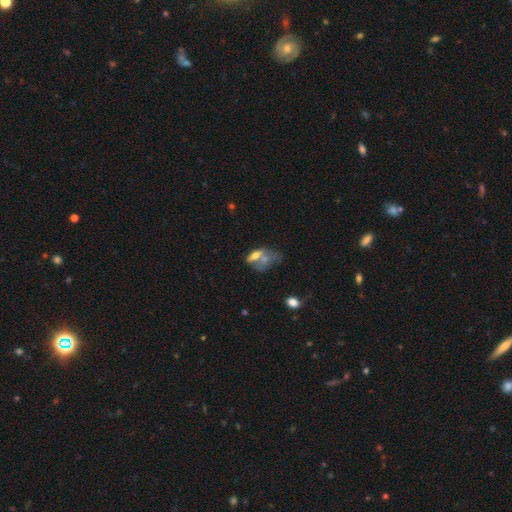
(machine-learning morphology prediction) Smooth or featured? smooth (49%)
Merging? merger (42%)